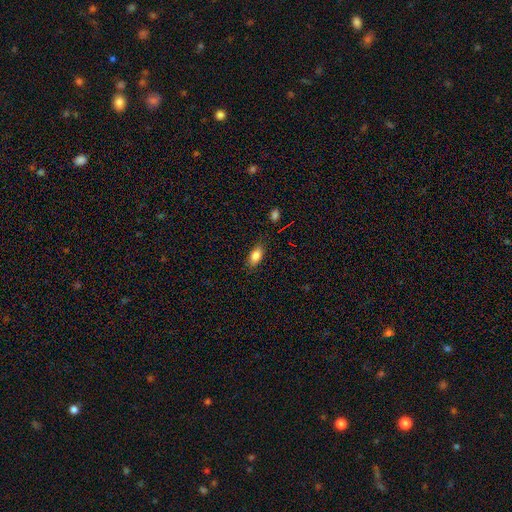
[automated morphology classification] The model was most divided on "merging": none: 84%, minor disturbance: 12%, major disturbance: 3%, merger: 1%. More confident: how rounded — in between (88%); smooth or featured — smooth (84%).